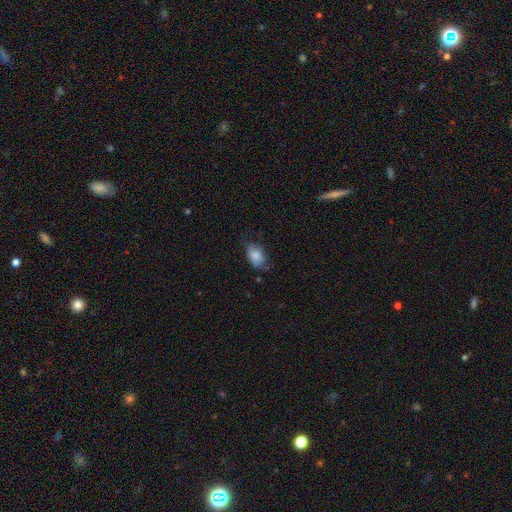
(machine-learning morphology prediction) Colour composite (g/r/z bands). It shows a smooth galaxy with no disk features (81%) that is in between round and cigar-shaped (85%). Merging: none (59%).